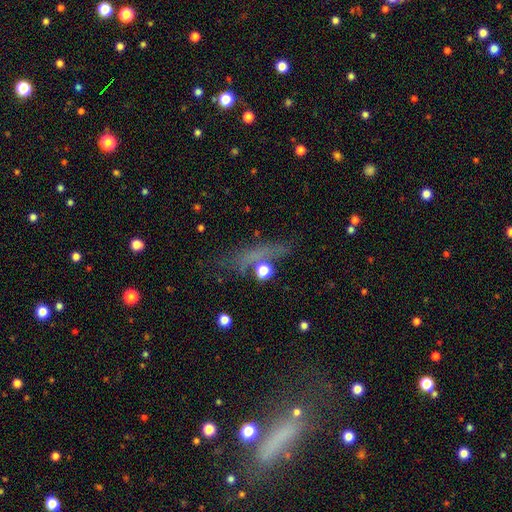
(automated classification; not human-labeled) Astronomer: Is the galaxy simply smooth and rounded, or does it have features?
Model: smooth — 43% (runner-up: featured or disk, 28%).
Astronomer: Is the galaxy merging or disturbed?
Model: none — 61%.